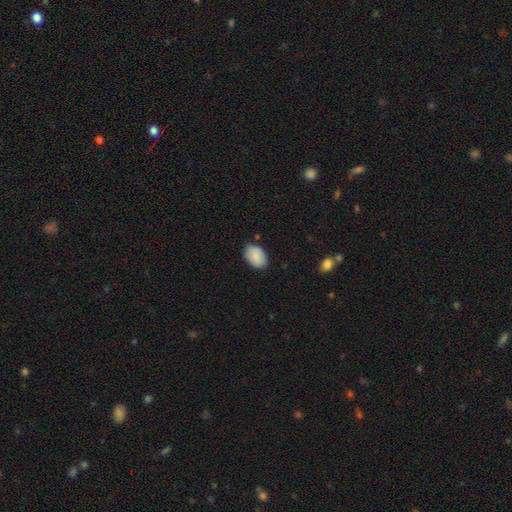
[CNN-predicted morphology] smooth 86%, featured or disk 8%, star or artifact 7%. Down the decision tree: how rounded — in between (88%); merging — none (82%).